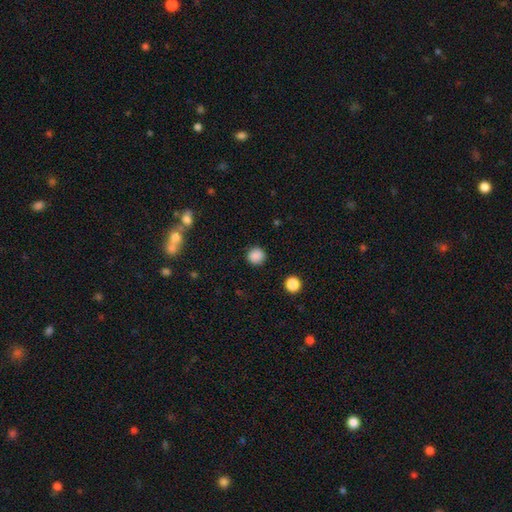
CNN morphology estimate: The model was most divided on "smooth or featured": smooth: 87%, star or artifact: 11%, featured or disk: 3%. More confident: how rounded — round (91%); merging — none (89%).